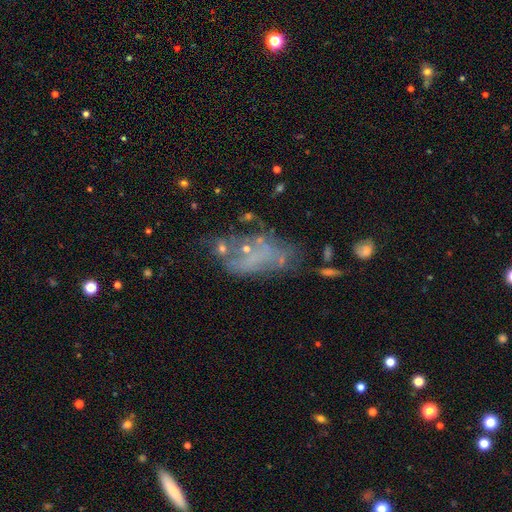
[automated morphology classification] smooth_or_featured: featured or disk (p=0.50) [alt: smooth p=0.30]
disk_edge_on: no (p=0.93) [alt: yes p=0.07]
merging: none (p=0.34) [alt: major disturbance p=0.31]